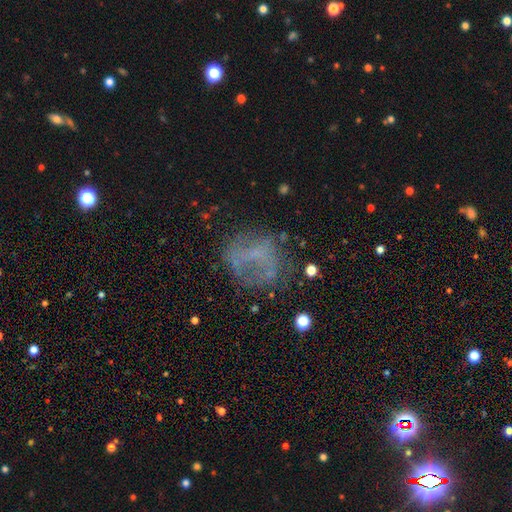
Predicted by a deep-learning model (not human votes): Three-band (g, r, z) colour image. It shows a featured or disk galaxy (46%). Merging: none (54%).